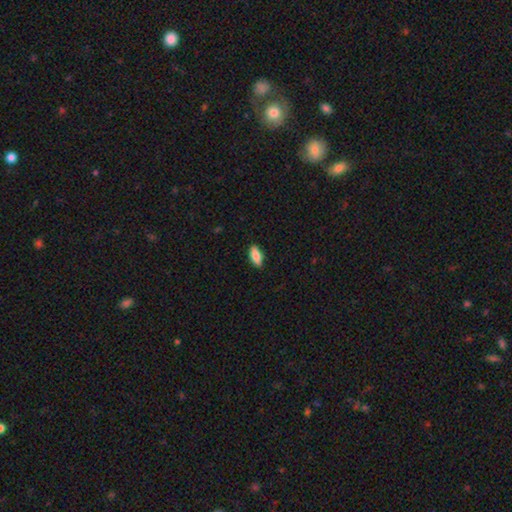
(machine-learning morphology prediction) Overall: smooth (82%). How rounded: in between (82%). Merging: none (88%).